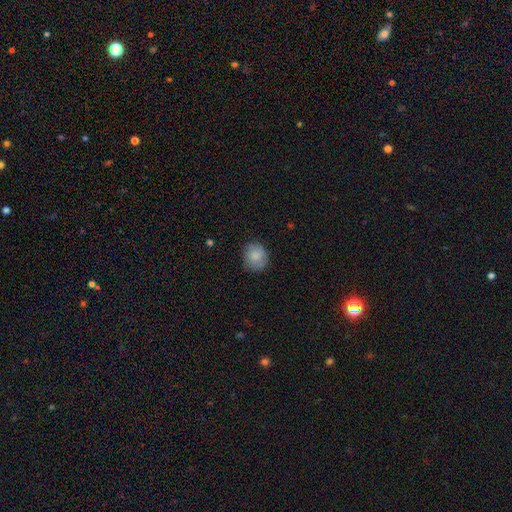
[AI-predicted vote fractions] Q: Smooth or featured?
A: smooth (85%); runner-up: featured or disk (8%)
Q: How rounded?
A: round (79%); runner-up: in between (20%)
Q: Merging?
A: none (77%); runner-up: minor disturbance (17%)